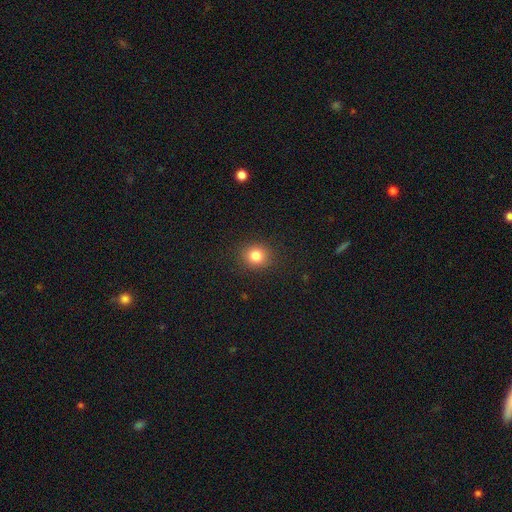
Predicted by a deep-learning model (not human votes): smooth 83%, star or artifact 12%, featured or disk 6%. Down the decision tree: how rounded — round (82%); merging — none (90%).